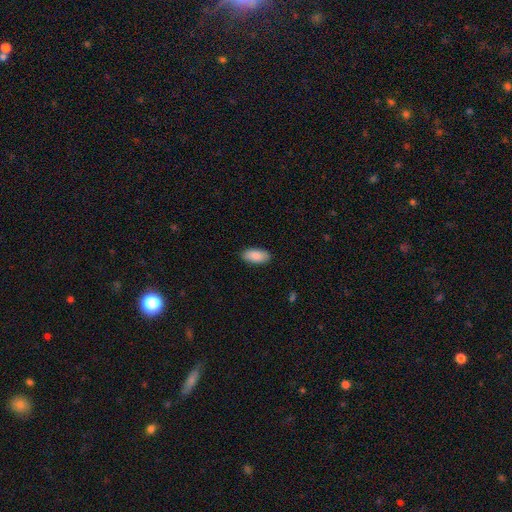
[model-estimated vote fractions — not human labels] Morphology: type=smooth (90%); roundness=in between (92%); merging=none (89%).